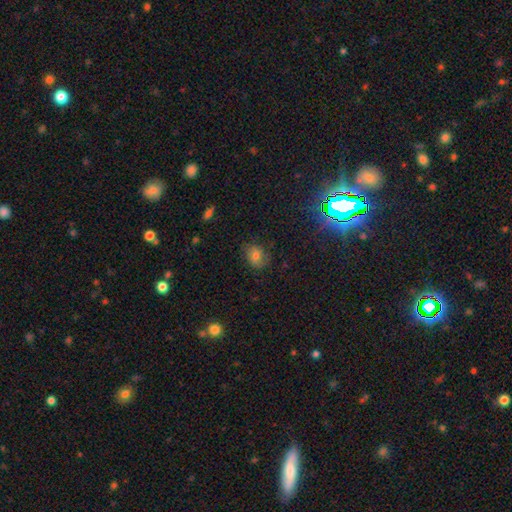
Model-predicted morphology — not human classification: smooth_or_featured: smooth (p=0.65) [alt: featured or disk p=0.19]
how_rounded: in between (p=0.52) [alt: round p=0.47]
merging: none (p=0.67) [alt: minor disturbance p=0.23]